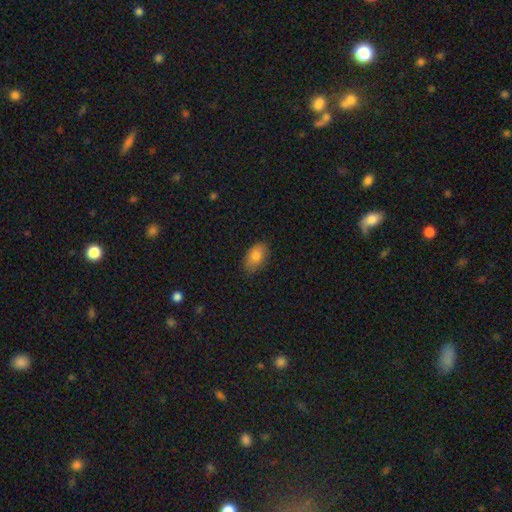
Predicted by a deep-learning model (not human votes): smooth 82%, featured or disk 11%, star or artifact 8%. Down the decision tree: how rounded — in between (90%); merging — none (77%).